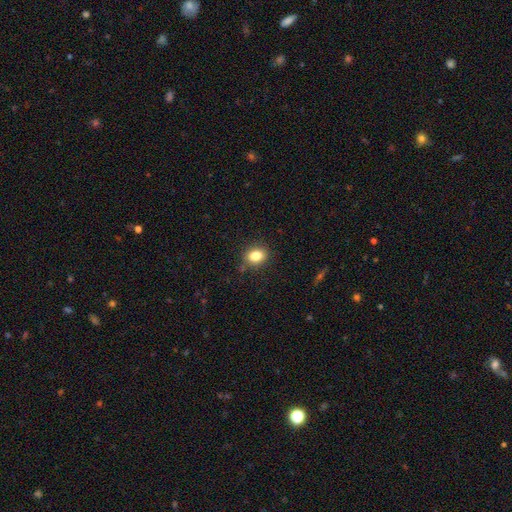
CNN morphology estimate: smooth_or_featured: smooth (p=0.83) [alt: star or artifact p=0.10]
how_rounded: in between (p=0.56) [alt: round p=0.43]
merging: none (p=0.83) [alt: minor disturbance p=0.12]